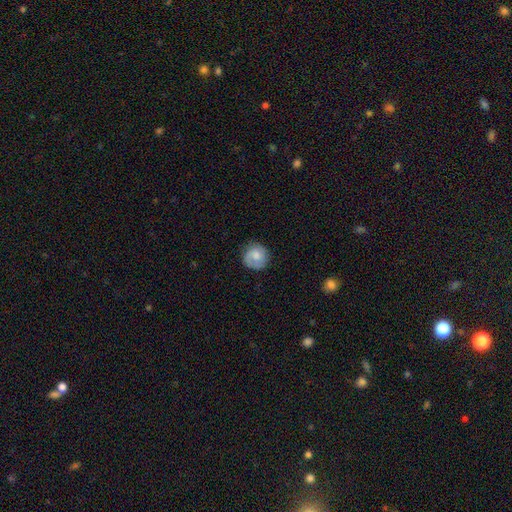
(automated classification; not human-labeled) smooth-or-featured: smooth: 60% | featured or disk: 33% | star or artifact: 7%
  how-rounded: round: 89% | in between: 10% | cigar-shaped: 1%
  merging: none: 76% | minor disturbance: 17% | major disturbance: 6% | merger: 1%